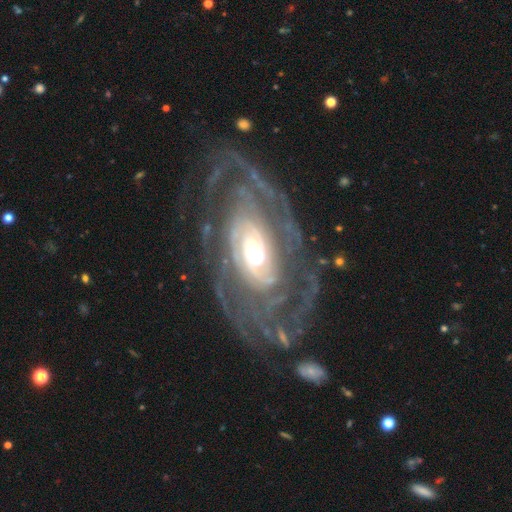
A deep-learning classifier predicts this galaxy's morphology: Smooth or featured? featured or disk (90%)
Edge-on disk? no (94%)
Bar? no (60%)
Spiral arms? yes (96%)
Spiral winding? tight (64%)
Spiral arm count? can't tell (28%)
Bulge size? moderate (61%)
Merging? none (65%)